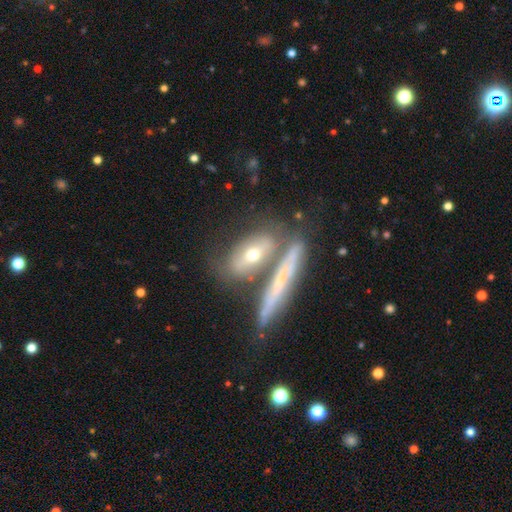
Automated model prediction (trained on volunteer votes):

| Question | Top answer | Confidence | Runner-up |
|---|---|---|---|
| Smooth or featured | featured or disk | 61% | smooth (27%) |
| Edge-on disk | yes | 75% | no (25%) |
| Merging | none | 57% | merger (25%) |